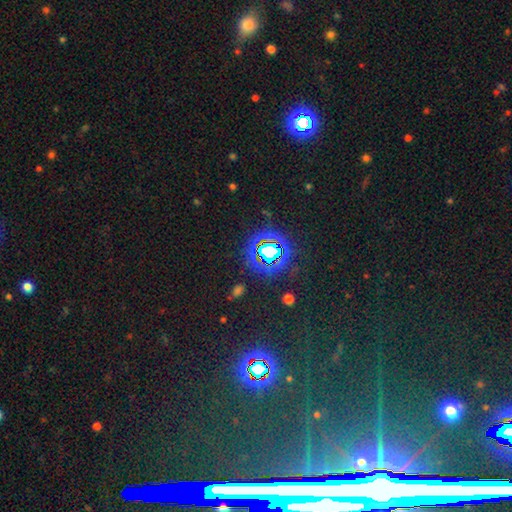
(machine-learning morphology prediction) star or artifact 79%, smooth 12%, featured or disk 8%.